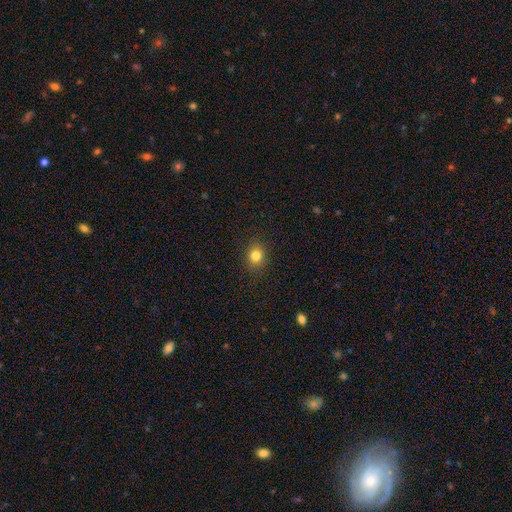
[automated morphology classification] The model was most divided on "how rounded": round: 64%, in between: 36%, cigar-shaped: 1%. More confident: merging — none (89%); smooth or featured — smooth (82%).